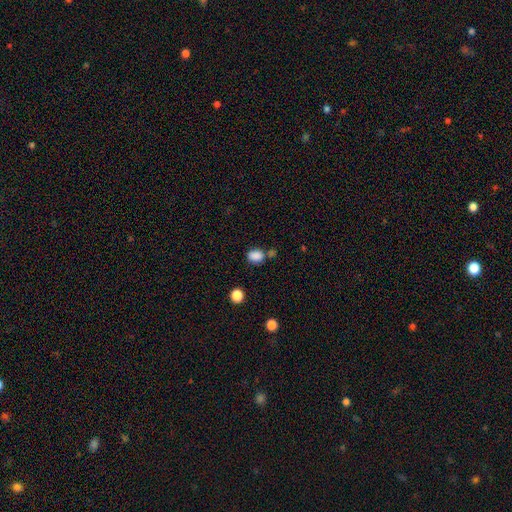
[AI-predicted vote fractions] Smooth or featured? smooth (85%)
How rounded? in between (64%)
Merging? none (64%)